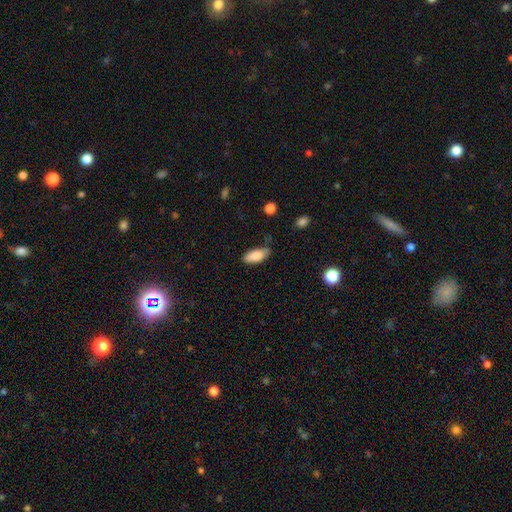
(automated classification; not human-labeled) Smooth or featured? Predicted: smooth (p=0.86). How rounded? Predicted: in between (p=0.85). Merging? Predicted: none (p=0.63).